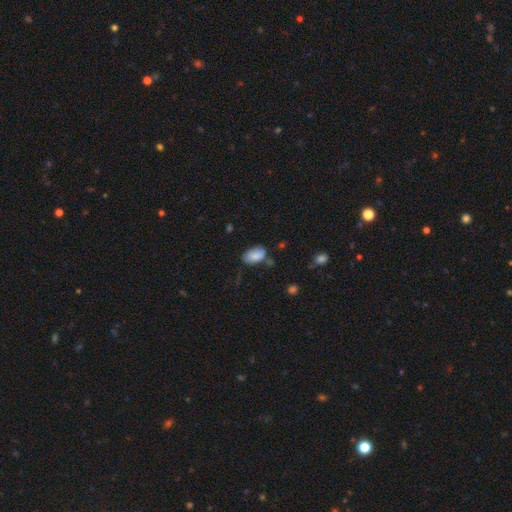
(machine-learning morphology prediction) smooth-or-featured: smooth: 83% | featured or disk: 9% | star or artifact: 8%
  how-rounded: in between: 93% | round: 6% | cigar-shaped: 1%
  merging: none: 60% | minor disturbance: 29% | major disturbance: 6% | merger: 5%